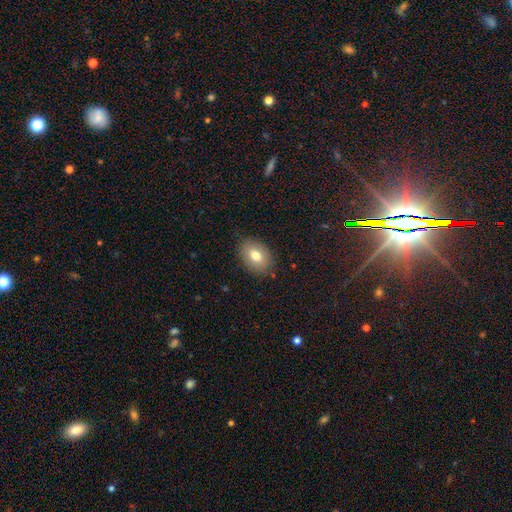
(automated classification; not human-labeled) smooth_or_featured: smooth (p=0.77) [alt: featured or disk p=0.15]
how_rounded: in between (p=0.80) [alt: round p=0.19]
merging: none (p=0.85) [alt: minor disturbance p=0.11]